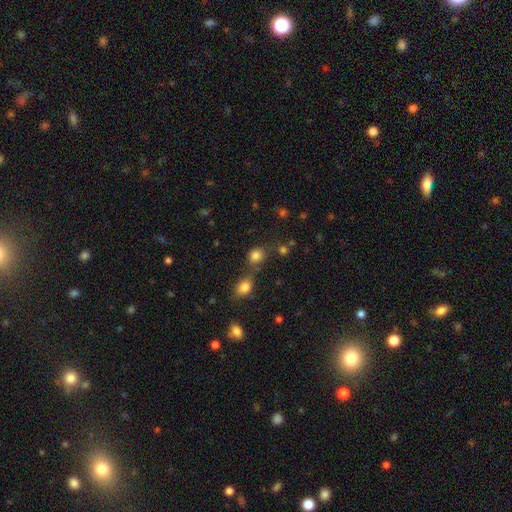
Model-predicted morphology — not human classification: Smooth or featured?
  - smooth: 81% *
  - star or artifact: 13%
  - featured or disk: 6%
How rounded?
  - round: 73% *
  - in between: 26%
  - cigar-shaped: 1%
Merging?
  - none: 53% *
  - merger: 30%
  - minor disturbance: 12%
  - major disturbance: 6%